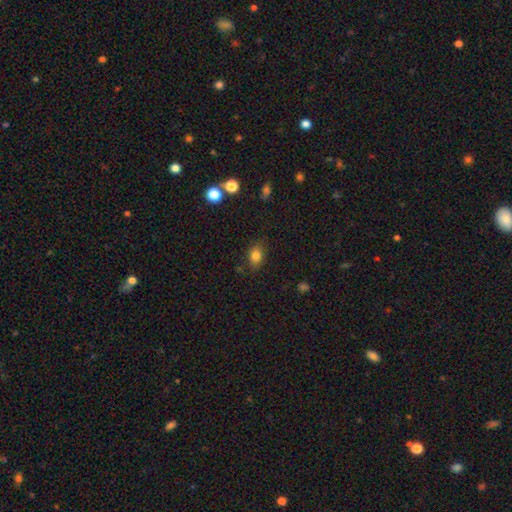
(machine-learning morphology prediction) smooth-or-featured: smooth: 80% | star or artifact: 11% | featured or disk: 8%
  how-rounded: in between: 70% | round: 28% | cigar-shaped: 2%
  merging: none: 80% | minor disturbance: 15% | major disturbance: 3% | merger: 2%